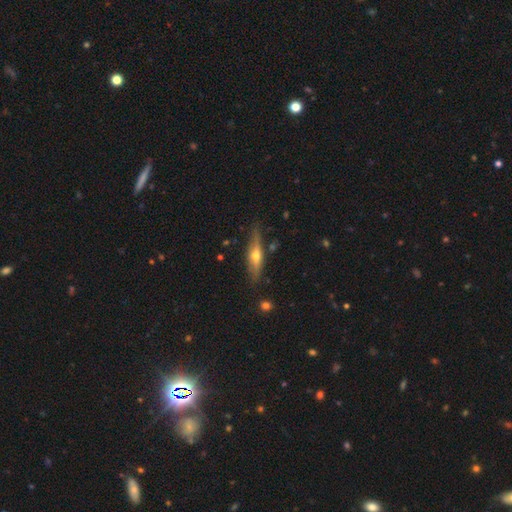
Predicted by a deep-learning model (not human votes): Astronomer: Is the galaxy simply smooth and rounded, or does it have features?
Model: featured or disk — 64%.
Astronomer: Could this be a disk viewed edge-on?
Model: yes — 92%.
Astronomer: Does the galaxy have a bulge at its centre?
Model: rounded — 91%.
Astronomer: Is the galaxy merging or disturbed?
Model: none — 80%.